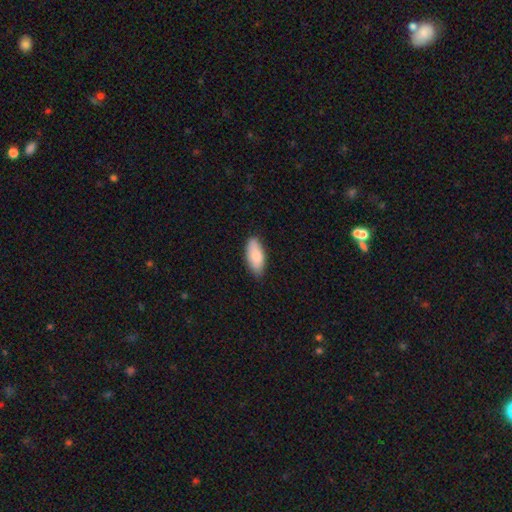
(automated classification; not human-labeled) This appears to be a smooth galaxy with no disk features (84%) that is in between round and cigar-shaped (86%). Merging: none (81%).